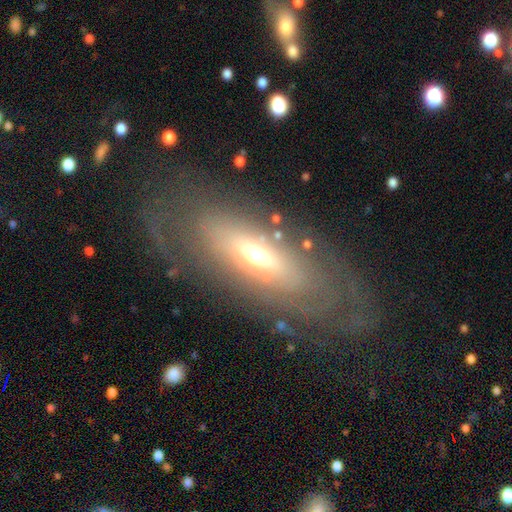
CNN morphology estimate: A featured or disk galaxy (61%).

Vote fractions:
- Smooth or featured? featured or disk: 61% / smooth: 30% / star or artifact: 9%
- Edge-on disk? no: 70% / yes: 30%
- Merging? none: 66% / minor disturbance: 17% / major disturbance: 15% / merger: 2%